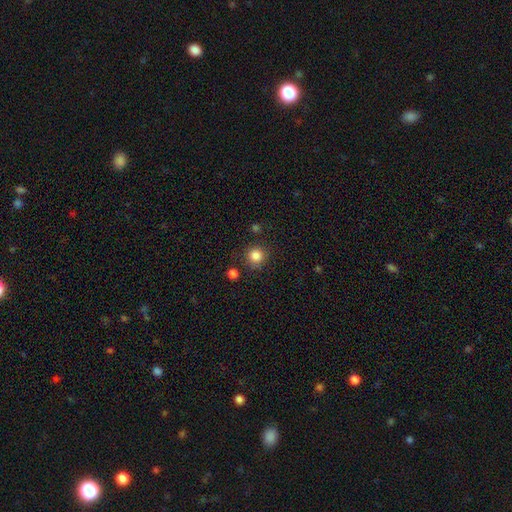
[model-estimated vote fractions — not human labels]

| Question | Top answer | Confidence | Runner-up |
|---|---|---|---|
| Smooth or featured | smooth | 85% | star or artifact (11%) |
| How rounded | round | 92% | in between (7%) |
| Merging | none | 85% | minor disturbance (9%) |